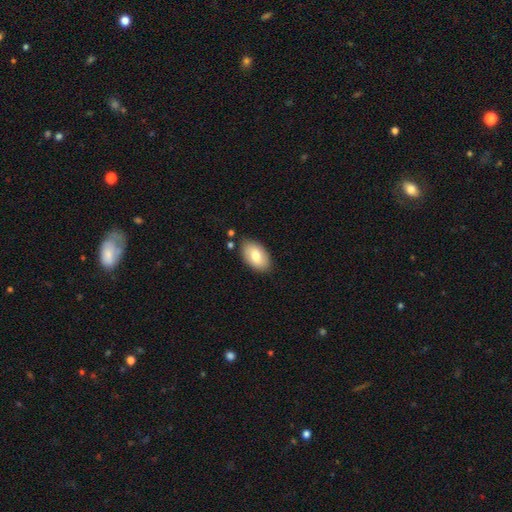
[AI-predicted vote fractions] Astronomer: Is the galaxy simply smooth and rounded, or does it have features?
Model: smooth — 76%.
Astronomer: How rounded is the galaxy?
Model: in between — 94%.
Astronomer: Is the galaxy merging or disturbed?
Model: none — 83%.